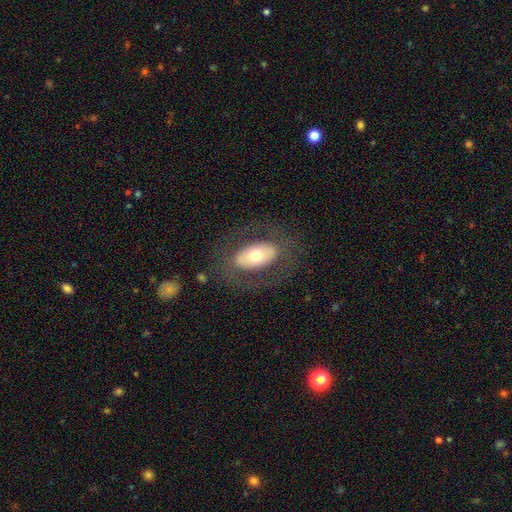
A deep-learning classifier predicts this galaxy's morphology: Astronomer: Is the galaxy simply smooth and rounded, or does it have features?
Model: smooth — 51% (runner-up: featured or disk, 42%).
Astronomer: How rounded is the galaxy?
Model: in between — 92%.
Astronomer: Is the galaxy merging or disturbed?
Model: none — 77%.